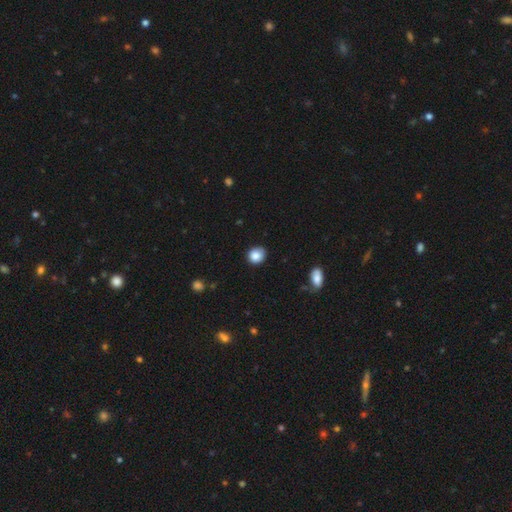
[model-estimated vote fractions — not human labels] Smooth or featured: smooth — 85% (star or artifact — 9%)
How rounded: round — 81% (in between — 18%)
Merging: none — 82% (minor disturbance — 14%)